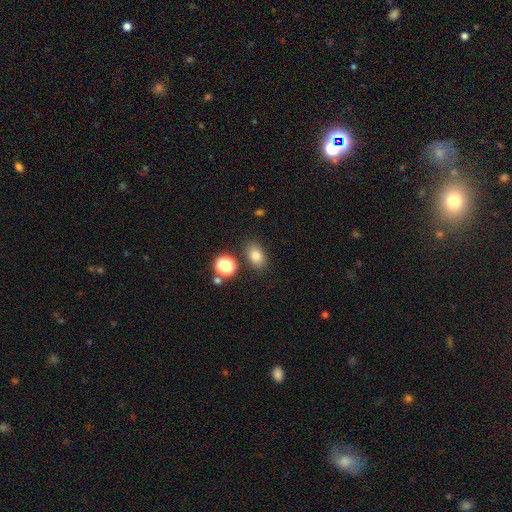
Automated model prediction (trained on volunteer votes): Morphology: type=smooth (79%); roundness=in between (76%); merging=none (82%).